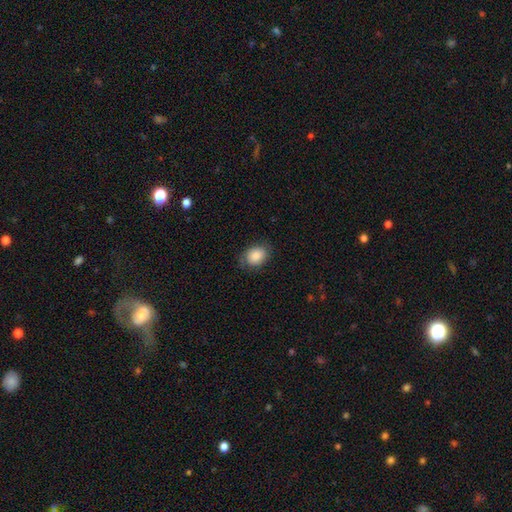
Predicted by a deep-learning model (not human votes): Smooth or featured? Predicted: smooth (p=0.79). How rounded? Predicted: in between (p=0.68). Merging? Predicted: none (p=0.71).